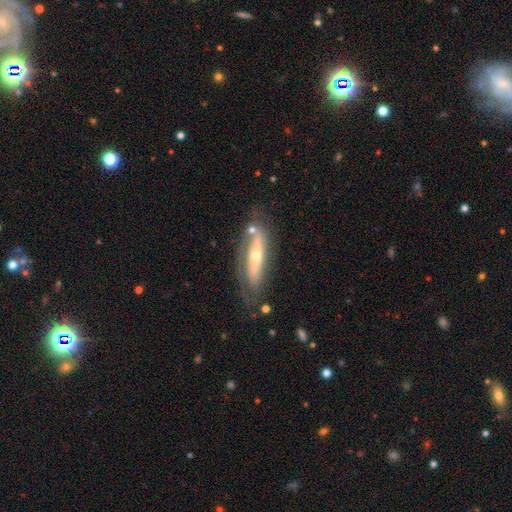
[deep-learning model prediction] Morphology: type=featured or disk (64%); edge-on=no (58%); merging=none (65%).